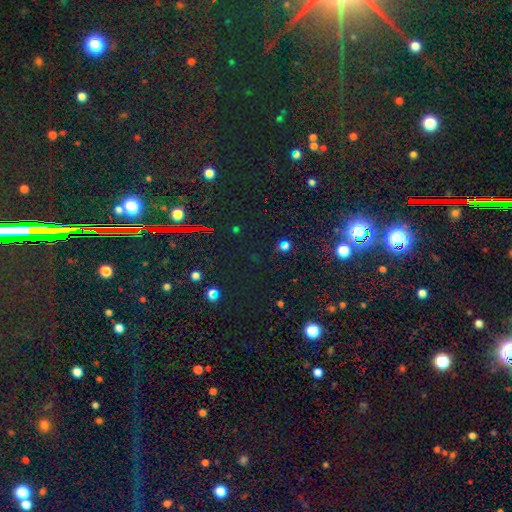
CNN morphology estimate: A star or artifact, not a galaxy (80%).

Vote fractions:
- Smooth or featured? star or artifact: 80% / smooth: 13% / featured or disk: 7%